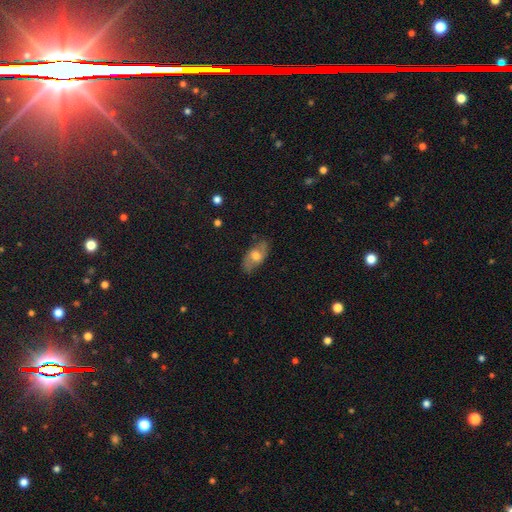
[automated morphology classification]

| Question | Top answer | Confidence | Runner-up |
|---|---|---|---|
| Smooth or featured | featured or disk | 51% | smooth (41%) |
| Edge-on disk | no | 88% | yes (12%) |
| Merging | none | 79% | minor disturbance (16%) |